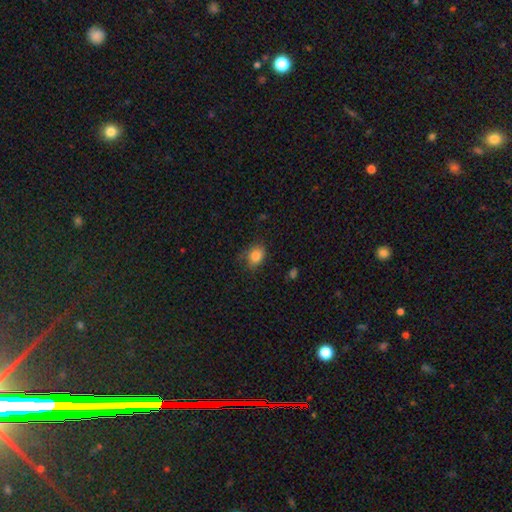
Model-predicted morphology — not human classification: smooth_or_featured: smooth (p=0.84) [alt: star or artifact p=0.09]
how_rounded: in between (p=0.60) [alt: round p=0.39]
merging: none (p=0.71) [alt: minor disturbance p=0.22]